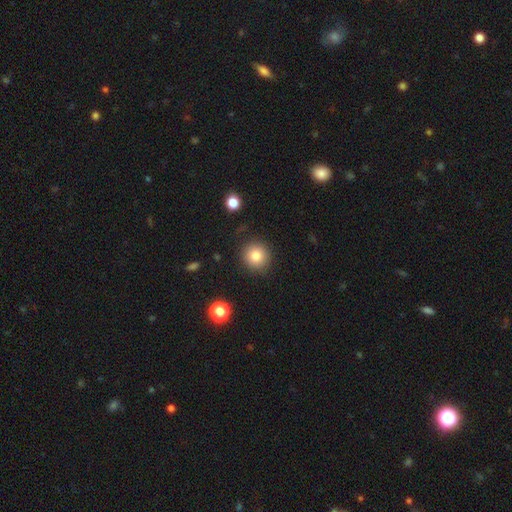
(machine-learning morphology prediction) smooth 82%, star or artifact 10%, featured or disk 8%. Down the decision tree: how rounded — round (92%); merging — none (87%).